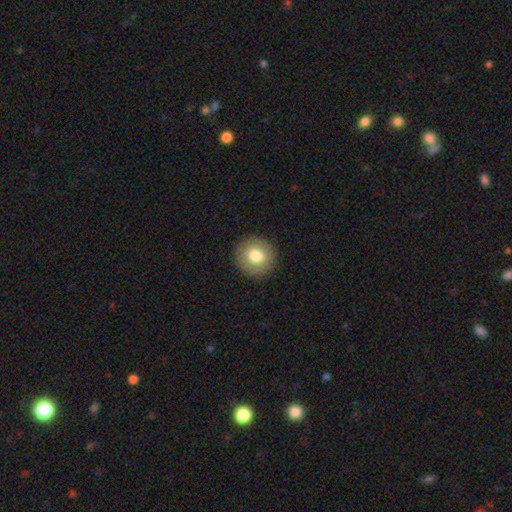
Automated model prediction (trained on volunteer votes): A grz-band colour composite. It shows a smooth galaxy with no disk features (78%) that is round (93%). Merging: none (91%).